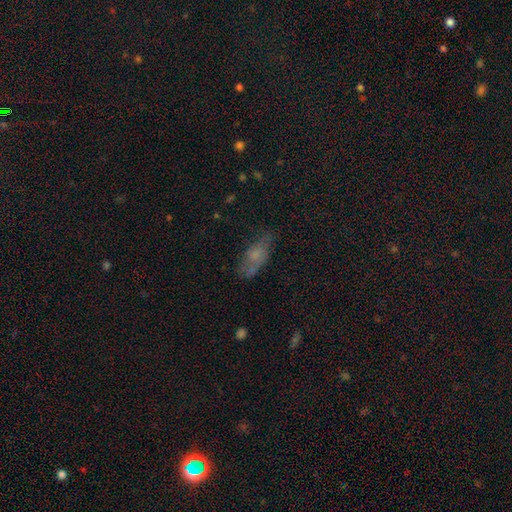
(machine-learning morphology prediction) Q: Smooth or featured?
A: smooth (55%); runner-up: featured or disk (32%)
Q: How rounded?
A: in between (73%); runner-up: cigar-shaped (22%)
Q: Merging?
A: none (60%); runner-up: minor disturbance (24%)